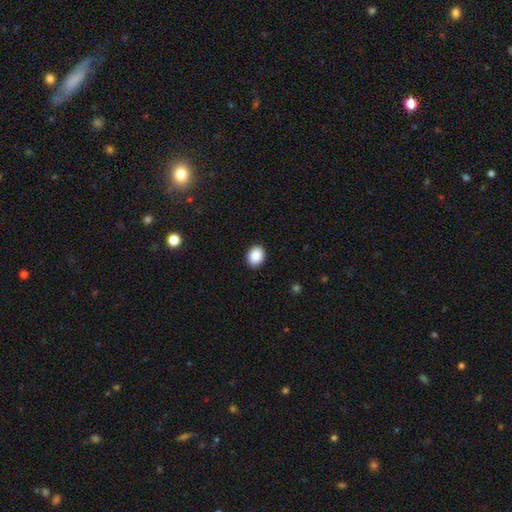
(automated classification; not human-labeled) A smooth galaxy with no disk features (90%) that is in between round and cigar-shaped (53%).

Vote fractions:
- Smooth or featured? smooth: 90% / star or artifact: 8% / featured or disk: 3%
- How rounded? in between: 53% / round: 46% / cigar-shaped: 1%
- Merging? none: 90% / minor disturbance: 7% / major disturbance: 2% / merger: 1%